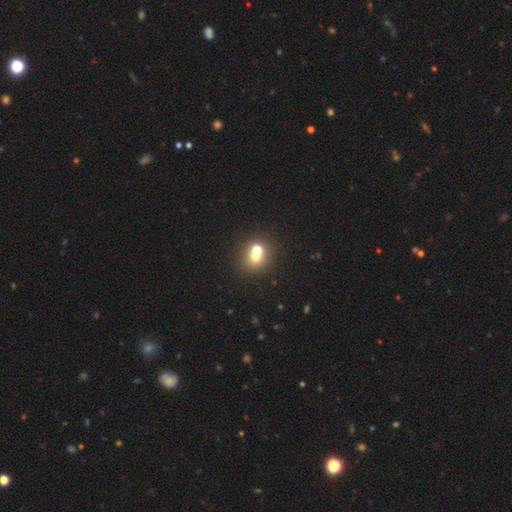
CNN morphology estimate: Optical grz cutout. It shows a smooth galaxy with no disk features (64%) that is round (76%). Merging: merger (47%).